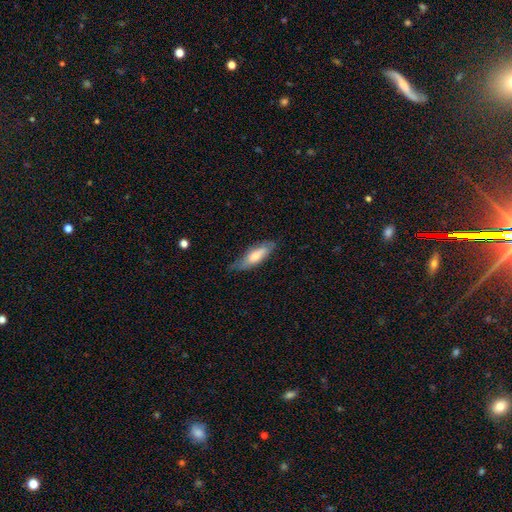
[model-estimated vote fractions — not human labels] Smooth or featured?
  - smooth: 69% *
  - featured or disk: 26%
  - star or artifact: 6%
How rounded?
  - in between: 51% *
  - cigar-shaped: 48%
  - round: 2%
Merging?
  - none: 61% *
  - minor disturbance: 31%
  - major disturbance: 7%
  - merger: 1%